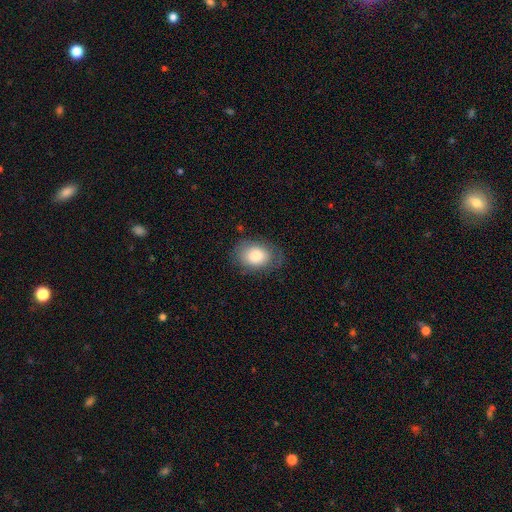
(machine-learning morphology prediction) Overall: smooth (79%). How rounded: in between (73%). Merging: none (74%).